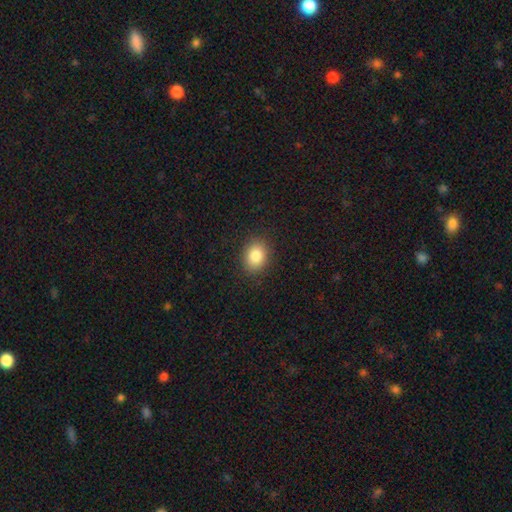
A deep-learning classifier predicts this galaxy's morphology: A smooth galaxy with no disk features (84%) that is in between round and cigar-shaped (56%).

Vote fractions:
- Smooth or featured? smooth: 84% / star or artifact: 9% / featured or disk: 6%
- How rounded? in between: 56% / round: 43% / cigar-shaped: 1%
- Merging? none: 89% / minor disturbance: 8% / major disturbance: 2% / merger: 1%